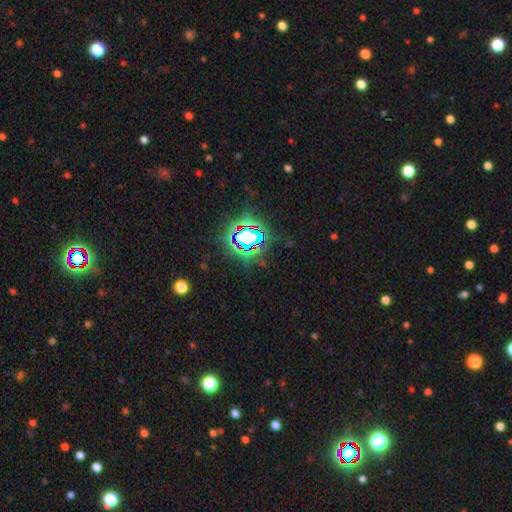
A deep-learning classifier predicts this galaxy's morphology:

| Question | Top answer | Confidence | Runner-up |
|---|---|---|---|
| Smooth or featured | star or artifact | 83% | smooth (10%) |